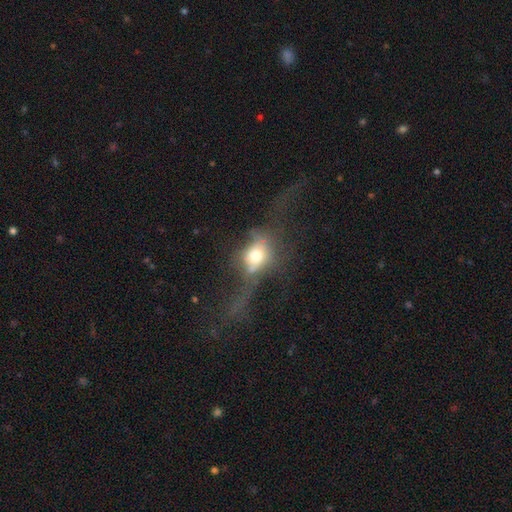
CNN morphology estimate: The model was most divided on "how rounded": in between: 53%, round: 43%, cigar-shaped: 4%. Remaining: smooth or featured — smooth (55%); merging — major disturbance (50%).